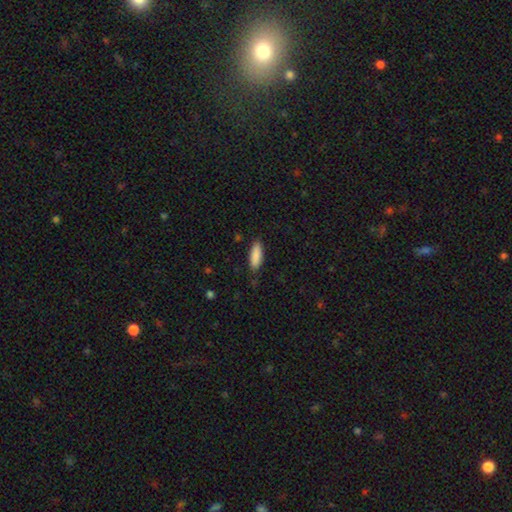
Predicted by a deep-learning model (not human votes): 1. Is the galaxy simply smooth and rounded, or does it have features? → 88% smooth, 6% star or artifact, 6% featured or disk.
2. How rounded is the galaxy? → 58% in between, 41% cigar-shaped, 2% round.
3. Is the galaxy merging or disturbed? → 84% none, 12% minor disturbance, 2% major disturbance, 1% merger.